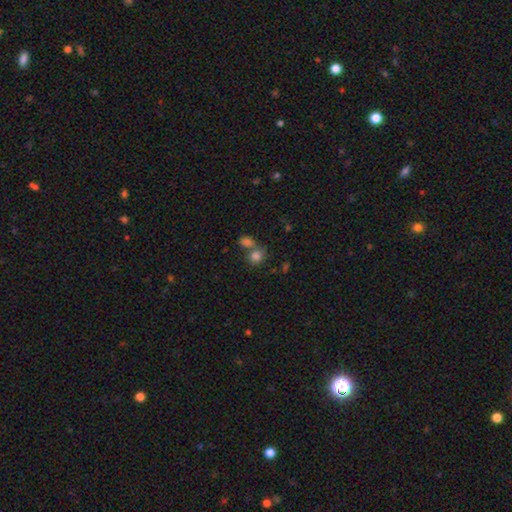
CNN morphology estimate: Smooth or featured? smooth (81%)
How rounded? round (64%)
Merging? none (44%)